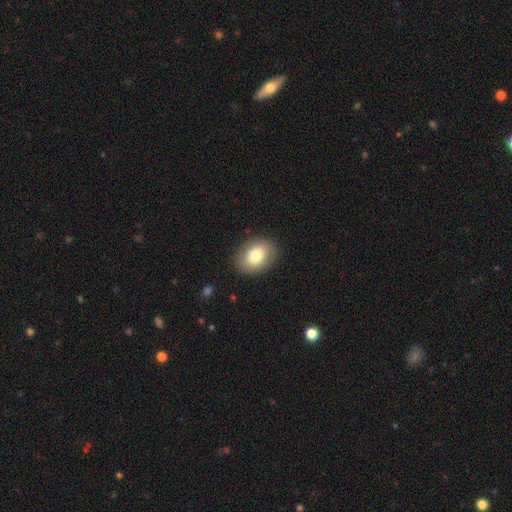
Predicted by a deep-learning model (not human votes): The model was most divided on "how rounded": in between: 71%, round: 28%, cigar-shaped: 1%. More confident: merging — none (87%); smooth or featured — smooth (80%).